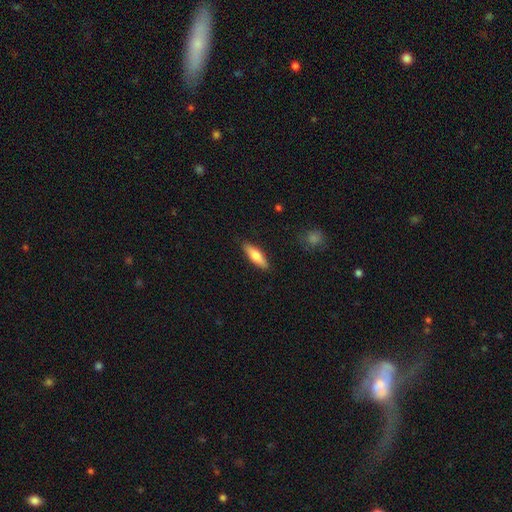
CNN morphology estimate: Q: Smooth or featured?
A: smooth (66%); runner-up: featured or disk (29%)
Q: How rounded?
A: cigar-shaped (55%); runner-up: in between (43%)
Q: Merging?
A: none (87%); runner-up: minor disturbance (9%)